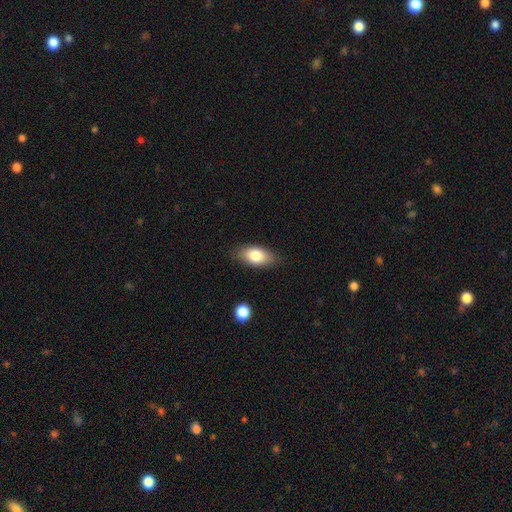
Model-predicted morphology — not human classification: This appears to be a smooth galaxy with no disk features (80%) that is in between round and cigar-shaped (89%). Merging: none (83%).